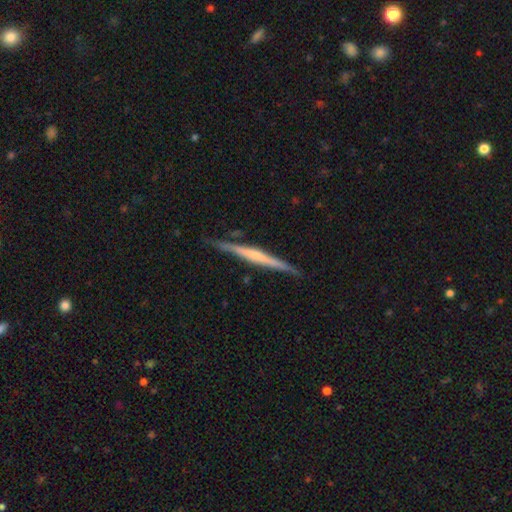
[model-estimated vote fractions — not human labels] featured or disk 66%, smooth 29%, star or artifact 5%. Down the decision tree: edge-on disk — yes (98%); edge-on bulge — none (49%); merging — none (85%).